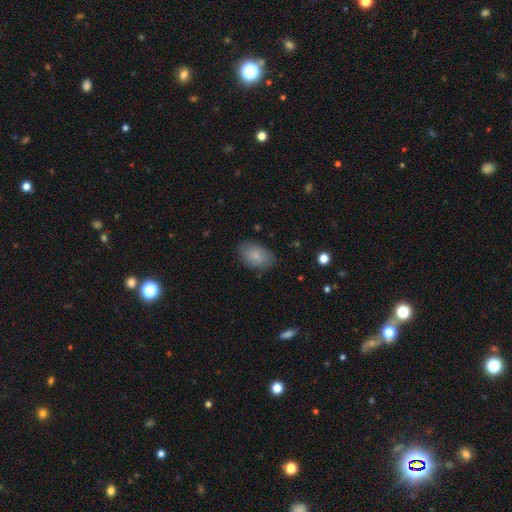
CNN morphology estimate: The model was most divided on "merging": none: 79%, minor disturbance: 16%, major disturbance: 4%, merger: 1%. More confident: how rounded — in between (87%); smooth or featured — smooth (82%).